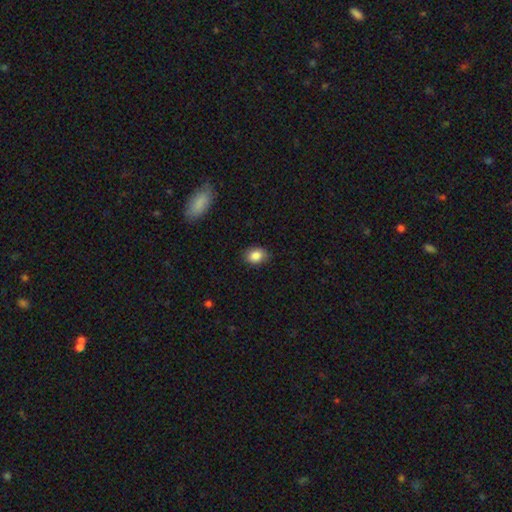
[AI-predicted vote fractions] smooth_or_featured: smooth (p=0.86) [alt: star or artifact p=0.08]
how_rounded: in between (p=0.64) [alt: round p=0.35]
merging: none (p=0.83) [alt: minor disturbance p=0.13]